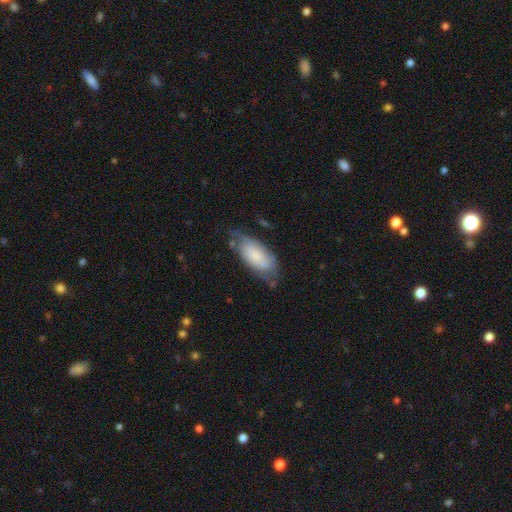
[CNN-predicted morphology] The model was most divided on "merging": none: 52%, minor disturbance: 34%, major disturbance: 11%, merger: 3%. More confident: how rounded — in between (89%); smooth or featured — smooth (63%).